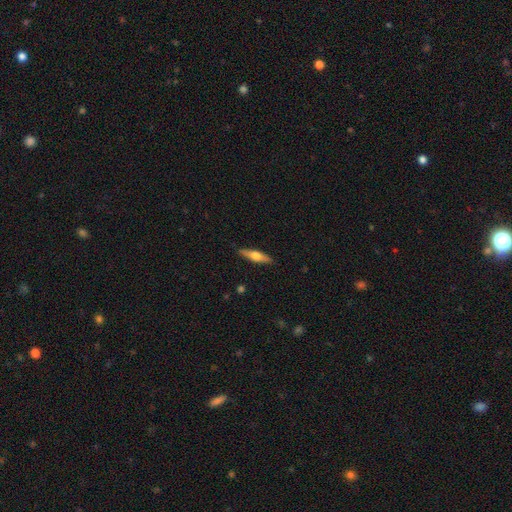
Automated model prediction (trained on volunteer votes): A featured or disk galaxy (49%). Merging: none (88%).